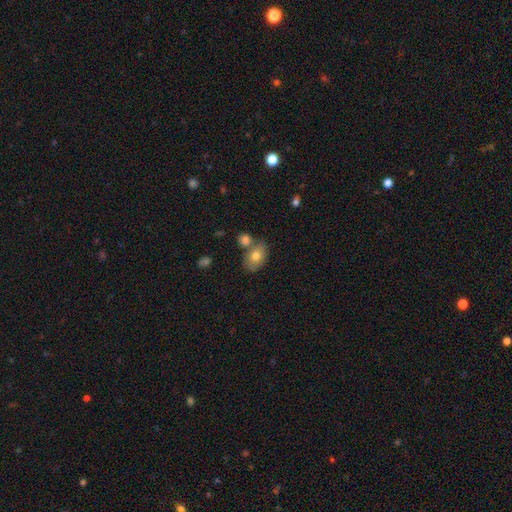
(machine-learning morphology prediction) The model was most divided on "merging": none: 53%, merger: 29%, minor disturbance: 14%, major disturbance: 4%. More confident: how rounded — in between (80%); smooth or featured — smooth (75%).